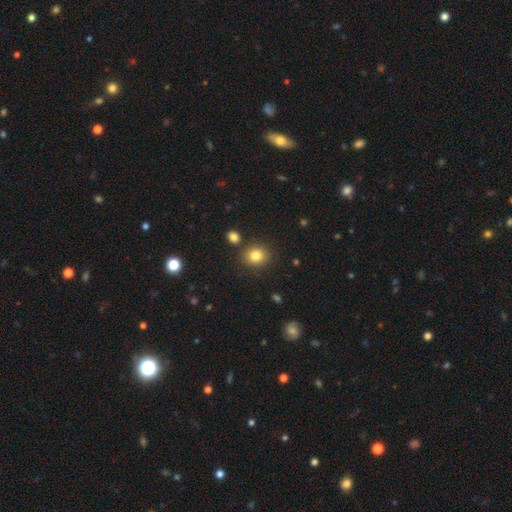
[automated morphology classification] Smooth or featured: smooth — 82% (star or artifact — 11%)
How rounded: round — 71% (in between — 28%)
Merging: none — 83% (minor disturbance — 9%)